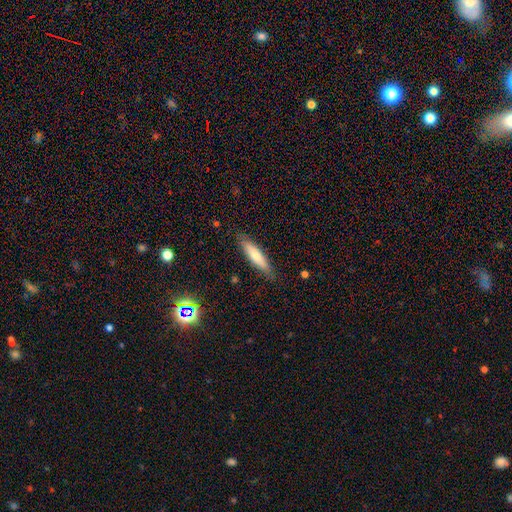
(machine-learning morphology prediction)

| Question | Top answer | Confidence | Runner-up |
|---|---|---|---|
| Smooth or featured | smooth | 67% | featured or disk (27%) |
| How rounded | cigar-shaped | 73% | in between (25%) |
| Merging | none | 85% | minor disturbance (12%) |